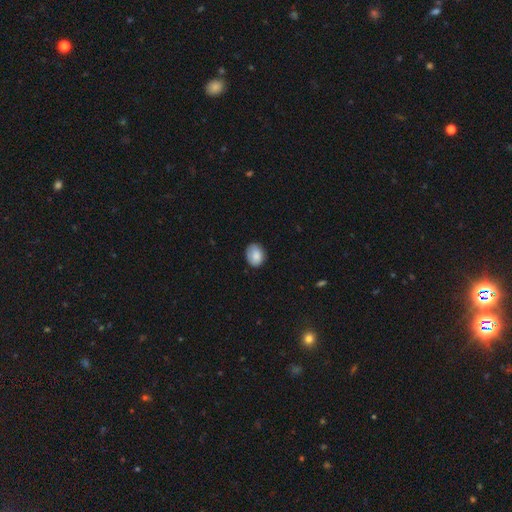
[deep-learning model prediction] Smooth or featured?
  - smooth: 85% *
  - featured or disk: 8%
  - star or artifact: 7%
How rounded?
  - in between: 57% *
  - round: 42%
  - cigar-shaped: 1%
Merging?
  - none: 77% *
  - minor disturbance: 19%
  - major disturbance: 3%
  - merger: 1%